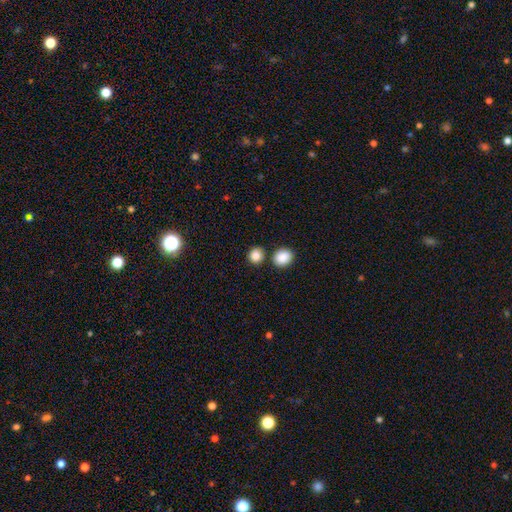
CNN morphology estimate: A smooth galaxy with no disk features (86%) that is round (82%).

Vote fractions:
- Smooth or featured? smooth: 86% / star or artifact: 10% / featured or disk: 4%
- How rounded? round: 82% / in between: 17% / cigar-shaped: 1%
- Merging? none: 75% / merger: 14% / minor disturbance: 8% / major disturbance: 3%